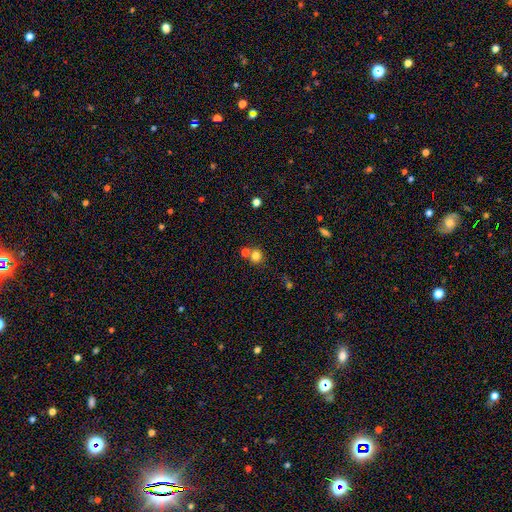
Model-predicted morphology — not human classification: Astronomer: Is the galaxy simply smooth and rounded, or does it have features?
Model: smooth — 79%.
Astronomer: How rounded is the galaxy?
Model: round — 88%.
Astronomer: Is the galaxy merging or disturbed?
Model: none — 61%.